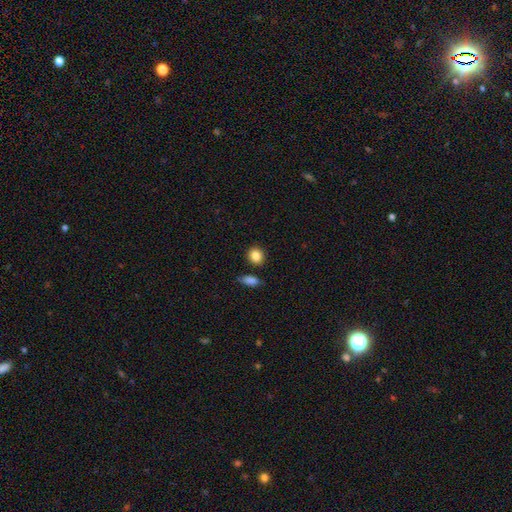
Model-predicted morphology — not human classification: This appears to be a smooth galaxy with no disk features (85%) that is round (71%). Merging: none (83%).